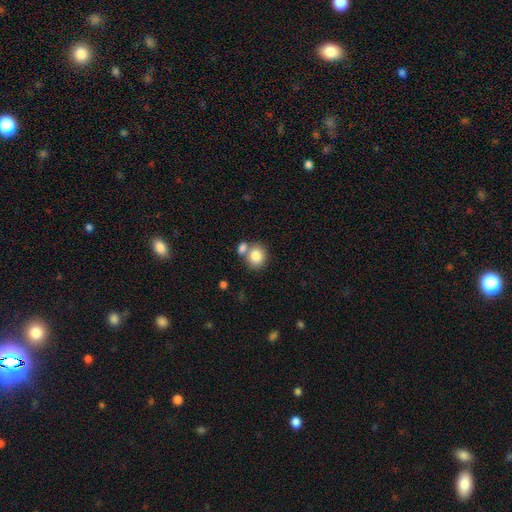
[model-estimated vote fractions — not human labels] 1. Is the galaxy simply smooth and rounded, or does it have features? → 81% smooth, 10% featured or disk, 9% star or artifact.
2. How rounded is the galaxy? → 76% round, 23% in between, 1% cigar-shaped.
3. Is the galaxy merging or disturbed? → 53% none, 35% merger, 9% minor disturbance, 3% major disturbance.